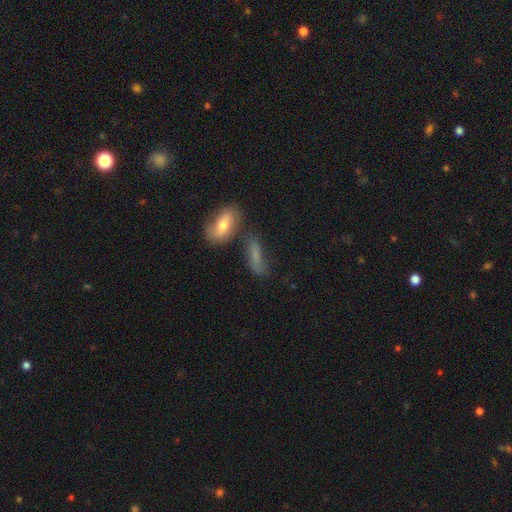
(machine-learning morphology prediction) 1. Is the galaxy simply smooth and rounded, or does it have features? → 65% smooth, 23% featured or disk, 12% star or artifact.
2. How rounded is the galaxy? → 51% in between, 44% cigar-shaped, 5% round.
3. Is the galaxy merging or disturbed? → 48% none, 23% merger, 19% minor disturbance, 9% major disturbance.